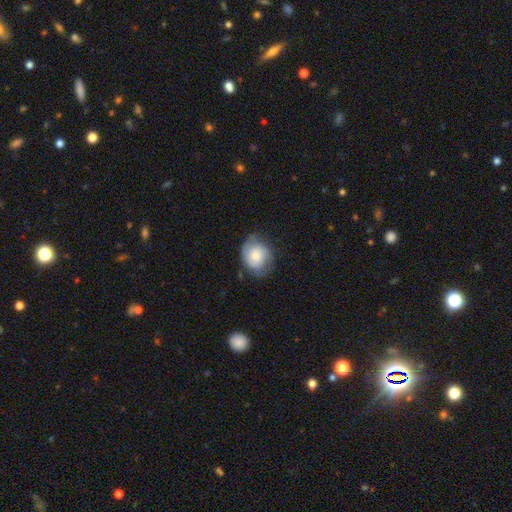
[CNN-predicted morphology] Overall: smooth (67%). How rounded: round (56%; in between 43%). Merging: none (61%; minor disturbance 28%).